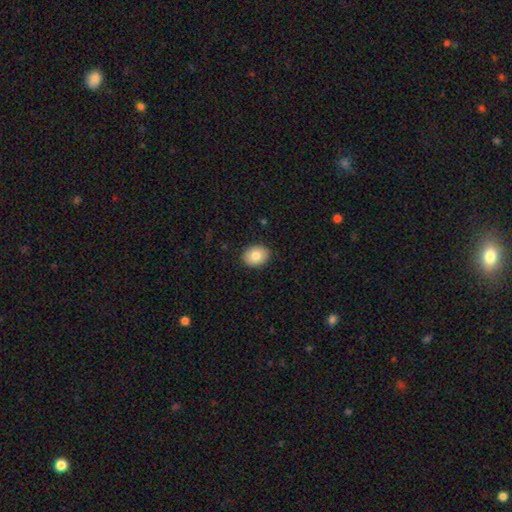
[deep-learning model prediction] smooth-or-featured: smooth: 83% | featured or disk: 9% | star or artifact: 8%
  how-rounded: in between: 61% | round: 38% | cigar-shaped: 1%
  merging: none: 89% | minor disturbance: 8% | major disturbance: 2% | merger: 1%